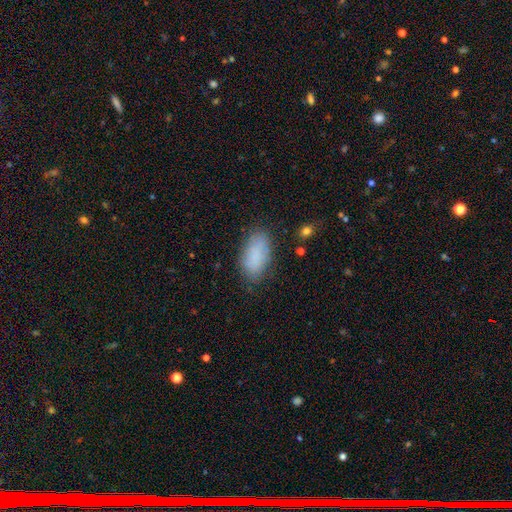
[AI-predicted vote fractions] Overall: smooth (84%). How rounded: in between (92%). Merging: none (78%).